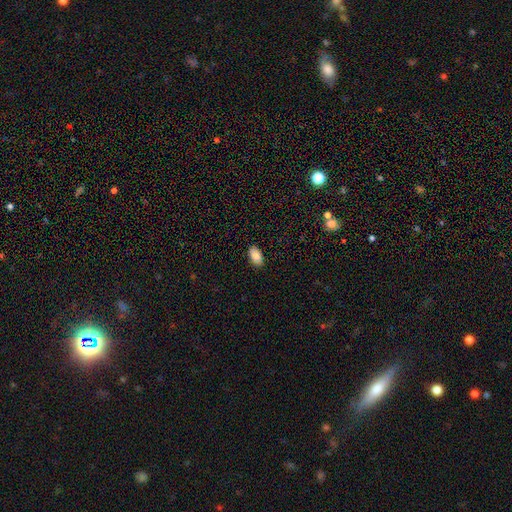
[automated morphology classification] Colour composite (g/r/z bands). It shows a smooth galaxy with no disk features (86%) that is in between round and cigar-shaped (94%). Merging: none (89%).